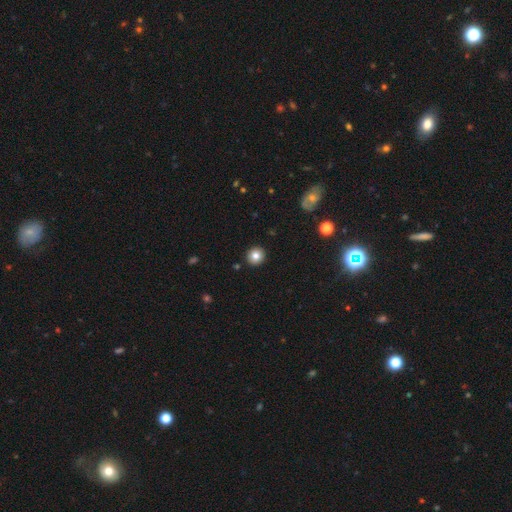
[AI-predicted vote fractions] Overall: smooth (83%). How rounded: round (93%). Merging: none (93%).